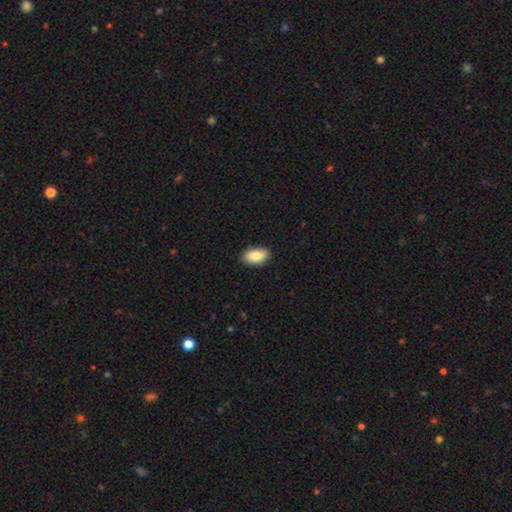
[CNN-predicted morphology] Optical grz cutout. It shows a smooth galaxy with no disk features (85%) that is in between round and cigar-shaped (93%). Merging: none (87%).